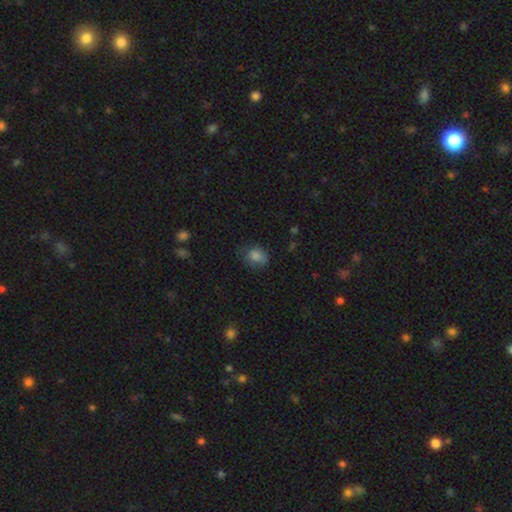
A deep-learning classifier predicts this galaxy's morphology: smooth_or_featured: smooth (p=0.81) [alt: star or artifact p=0.11]
how_rounded: in between (p=0.56) [alt: round p=0.43]
merging: none (p=0.58) [alt: minor disturbance p=0.29]